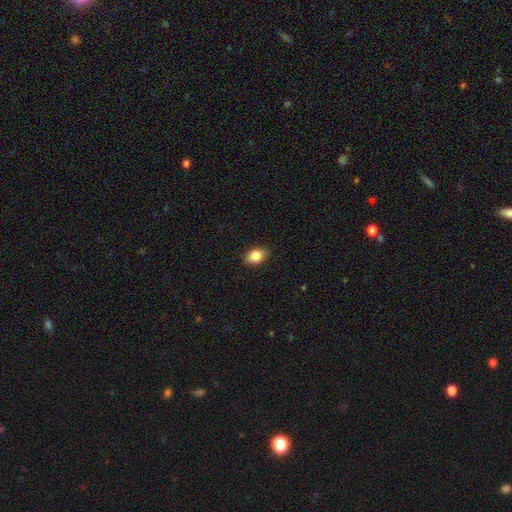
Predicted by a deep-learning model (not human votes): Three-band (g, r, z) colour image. It shows a smooth galaxy with no disk features (83%) that is in between round and cigar-shaped (79%). Merging: none (87%).